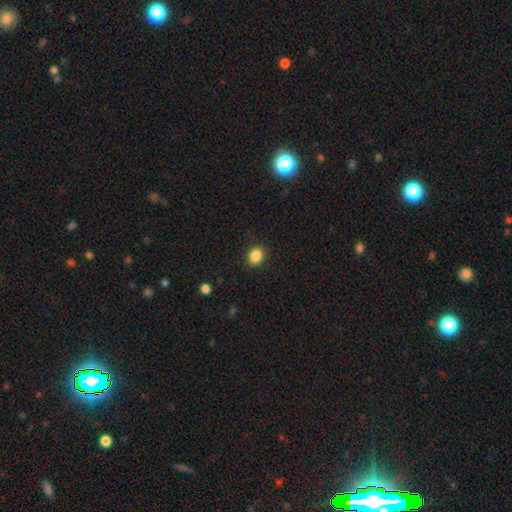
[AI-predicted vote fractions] smooth 87%, star or artifact 9%, featured or disk 4%. Down the decision tree: how rounded — in between (51%); merging — none (89%).